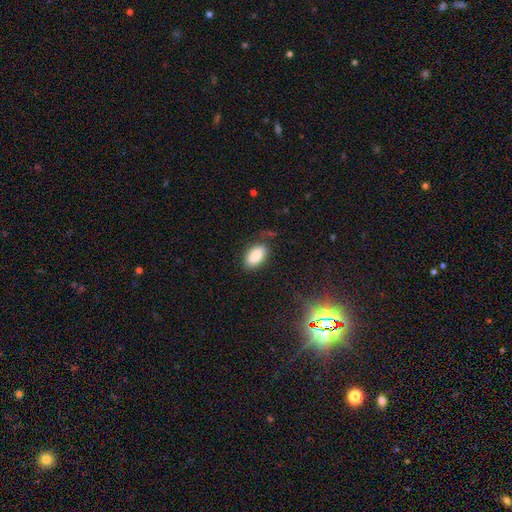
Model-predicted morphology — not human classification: Smooth or featured? Predicted: smooth (p=0.85). How rounded? Predicted: in between (p=0.93). Merging? Predicted: none (p=0.78).